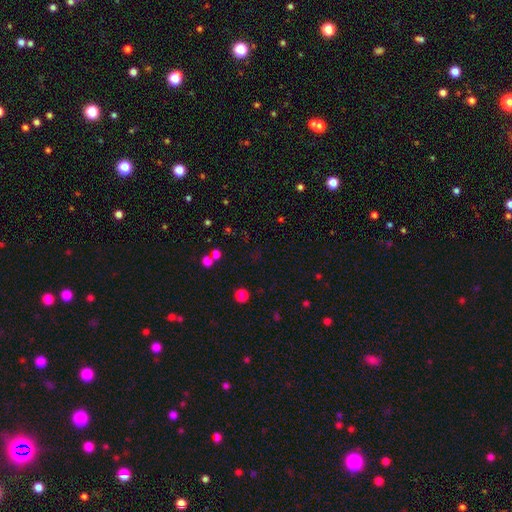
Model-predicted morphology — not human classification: Smooth or featured?
  - star or artifact: 47% *
  - smooth: 45%
  - featured or disk: 8%